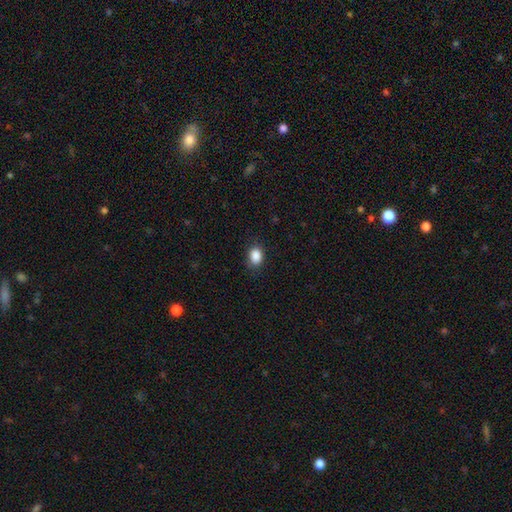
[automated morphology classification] A smooth galaxy with no disk features (88%) that is in between round and cigar-shaped (68%). Merging: none (82%).